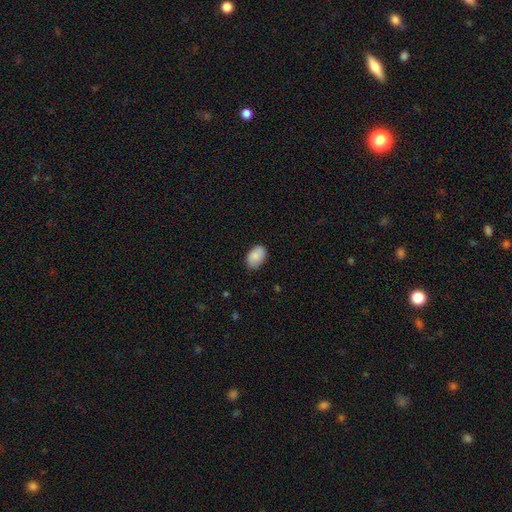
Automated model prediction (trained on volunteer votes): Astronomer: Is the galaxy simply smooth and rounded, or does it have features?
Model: smooth — 86%.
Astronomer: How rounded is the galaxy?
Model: in between — 88%.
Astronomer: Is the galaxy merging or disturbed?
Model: none — 80%.